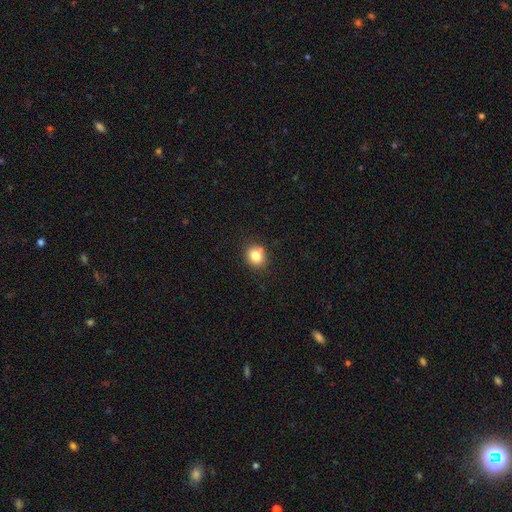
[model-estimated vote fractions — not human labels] Overall: smooth (82%). How rounded: round (70%). Merging: none (78%).